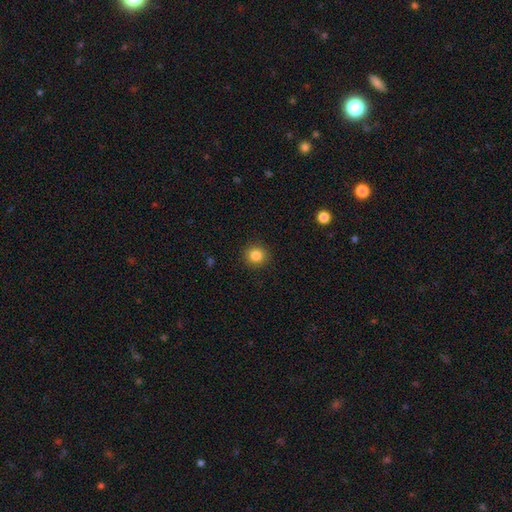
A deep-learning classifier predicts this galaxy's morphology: A smooth galaxy with no disk features (84%) that is round (91%). Merging: none (91%).